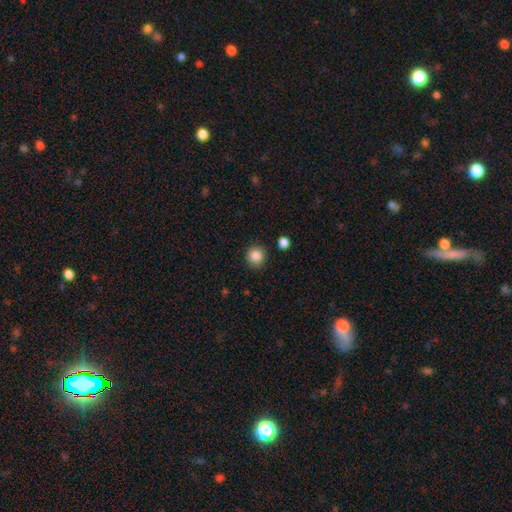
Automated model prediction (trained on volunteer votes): smooth_or_featured: smooth (p=0.87) [alt: star or artifact p=0.10]
how_rounded: round (p=0.94) [alt: in between p=0.05]
merging: none (p=0.90) [alt: minor disturbance p=0.06]